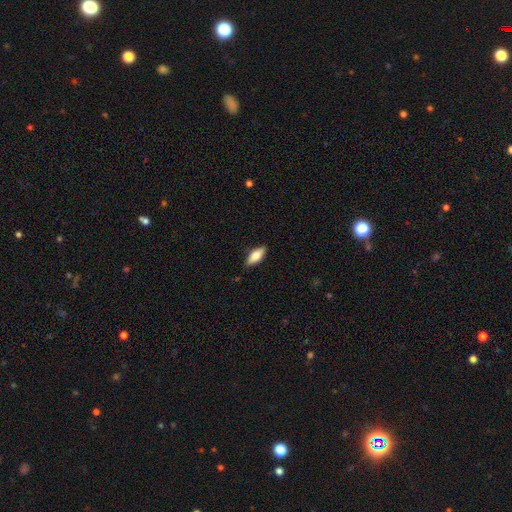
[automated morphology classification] A smooth galaxy with no disk features (68%) that is in between round and cigar-shaped (80%). Merging: none (86%).